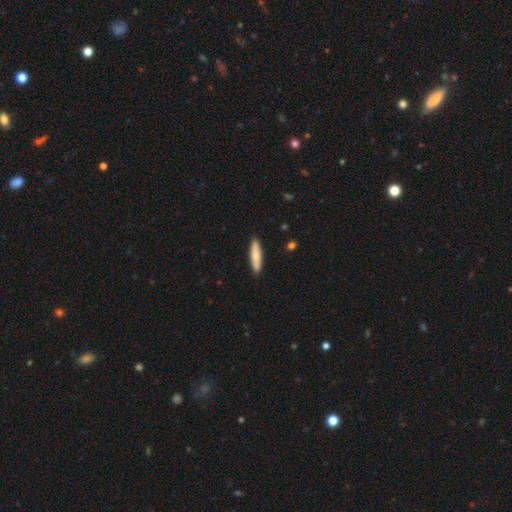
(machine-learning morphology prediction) smooth_or_featured: smooth (p=0.75) [alt: featured or disk p=0.20]
how_rounded: cigar-shaped (p=0.84) [alt: in between p=0.14]
merging: none (p=0.90) [alt: minor disturbance p=0.08]